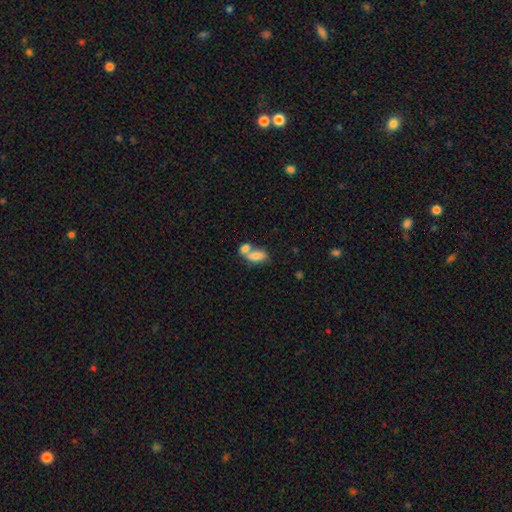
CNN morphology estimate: Q: Smooth or featured?
A: smooth (77%); runner-up: featured or disk (15%)
Q: How rounded?
A: in between (87%); runner-up: cigar-shaped (7%)
Q: Merging?
A: merger (62%); runner-up: none (25%)